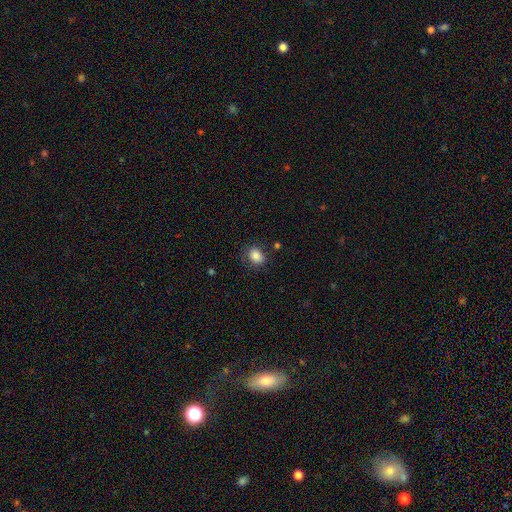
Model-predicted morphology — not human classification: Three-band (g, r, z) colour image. It shows a smooth galaxy with no disk features (85%) that is in between round and cigar-shaped (56%). Merging: none (74%).